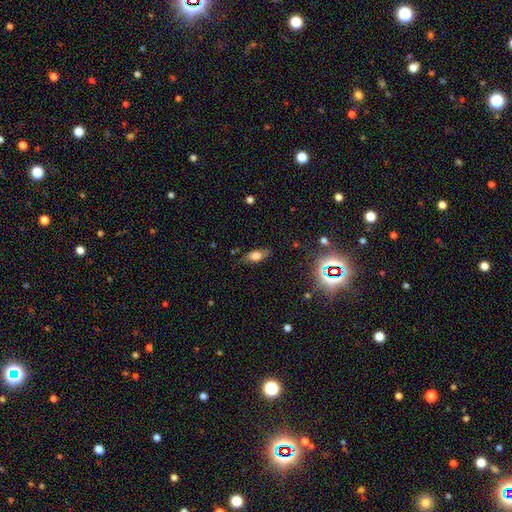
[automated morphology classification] Smooth or featured? smooth (64%)
How rounded? in between (78%)
Merging? none (71%)